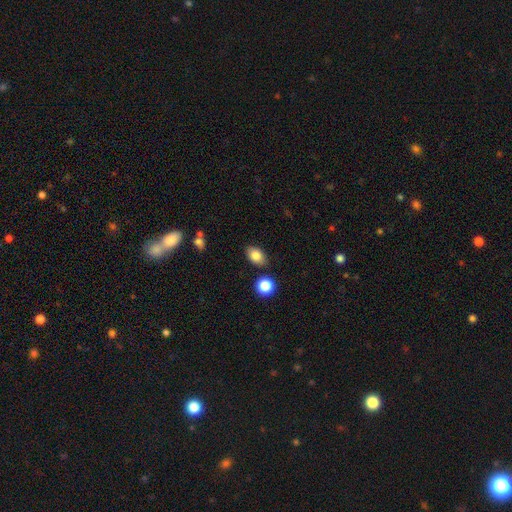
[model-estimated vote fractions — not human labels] Smooth or featured? smooth (83%)
How rounded? in between (81%)
Merging? none (82%)